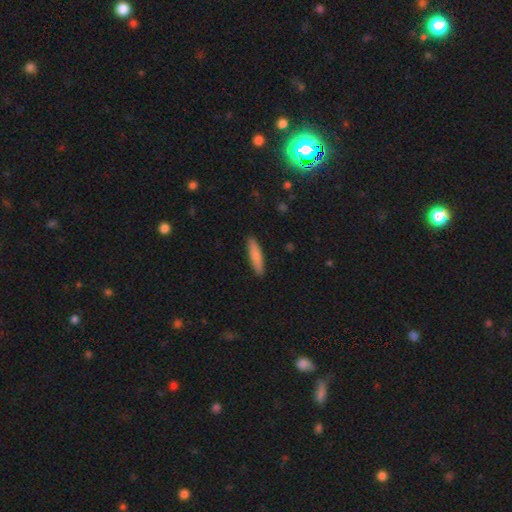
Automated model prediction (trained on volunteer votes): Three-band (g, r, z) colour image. It shows a smooth galaxy with no disk features (82%) that is cigar-shaped (82%). Merging: none (90%).